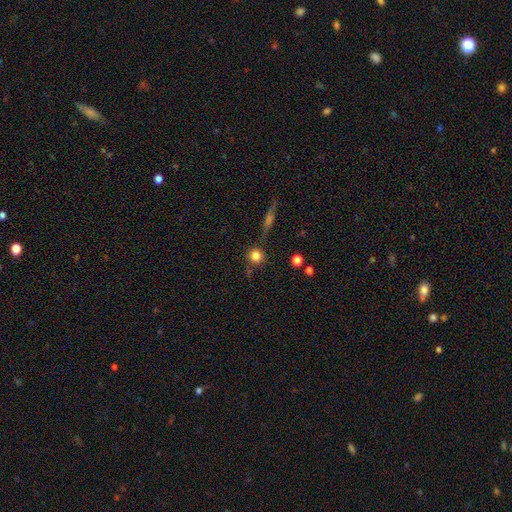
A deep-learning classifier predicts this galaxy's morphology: Smooth or featured? smooth (79%)
How rounded? round (91%)
Merging? none (76%)